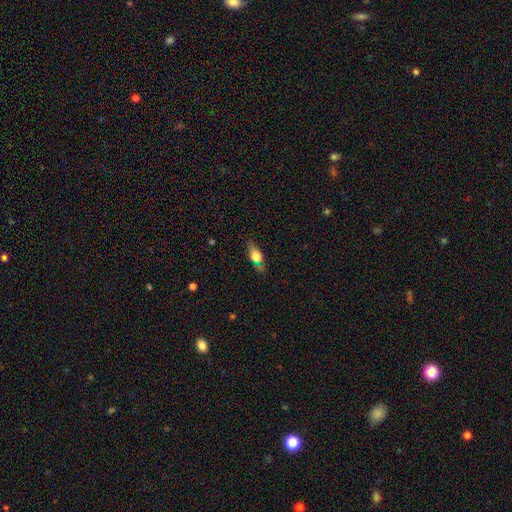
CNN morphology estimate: smooth-or-featured: smooth: 63% | featured or disk: 27% | star or artifact: 10%
  how-rounded: in between: 71% | cigar-shaped: 22% | round: 7%
  merging: none: 68% | minor disturbance: 22% | major disturbance: 6% | merger: 4%